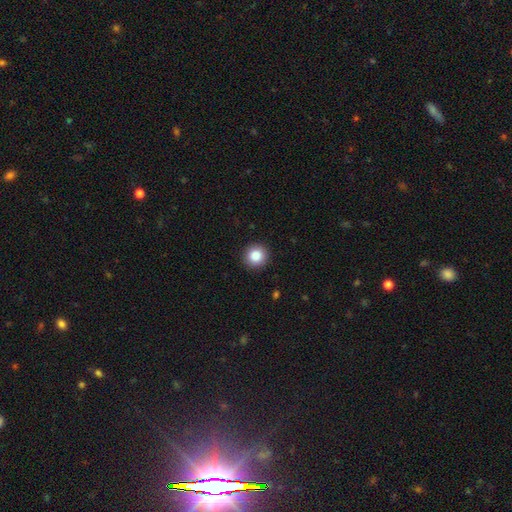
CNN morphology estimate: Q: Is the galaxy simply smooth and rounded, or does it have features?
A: smooth — 85%.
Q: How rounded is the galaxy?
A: round — 94%.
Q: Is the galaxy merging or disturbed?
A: none — 92%.